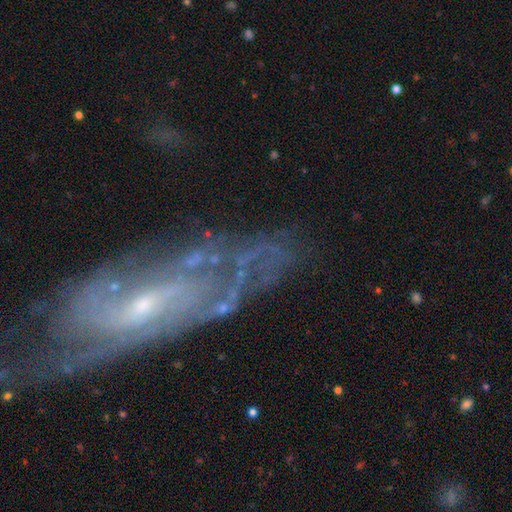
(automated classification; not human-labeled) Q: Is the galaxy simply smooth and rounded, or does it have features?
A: featured or disk — 82%.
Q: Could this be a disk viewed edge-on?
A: no — 88%.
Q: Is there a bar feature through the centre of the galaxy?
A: no — 46%.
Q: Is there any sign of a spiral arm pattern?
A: yes — 89%.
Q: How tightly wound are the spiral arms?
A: tight — 46%.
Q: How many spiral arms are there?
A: can't tell — 42%.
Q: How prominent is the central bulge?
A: small — 75%.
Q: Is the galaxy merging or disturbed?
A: none — 65%.